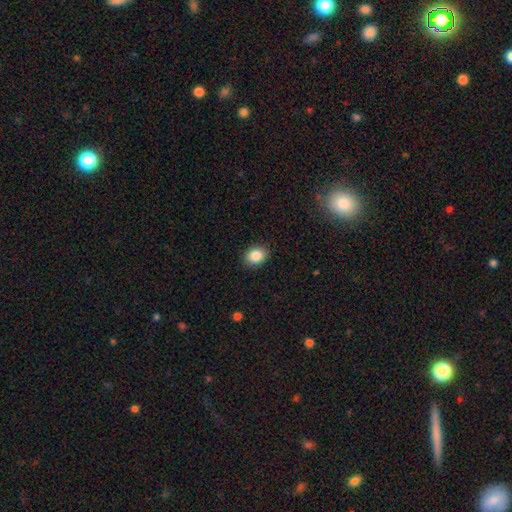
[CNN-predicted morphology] This appears to be a smooth galaxy with no disk features (87%) that is in between round and cigar-shaped (60%). Merging: none (89%).